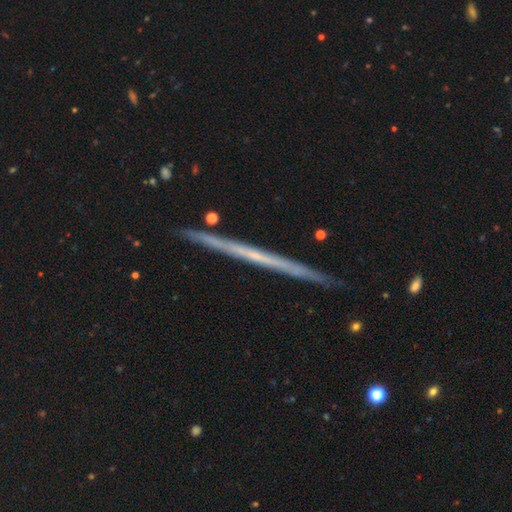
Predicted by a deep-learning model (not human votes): Morphology: type=featured or disk (68%); edge-on=yes (98%); edge-on bulge=none (88%); merging=none (91%).